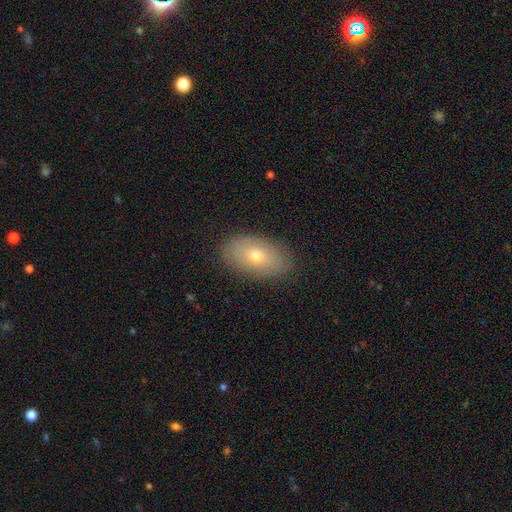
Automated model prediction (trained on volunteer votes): Morphology: type=smooth (64%); roundness=in between (91%); merging=none (86%).